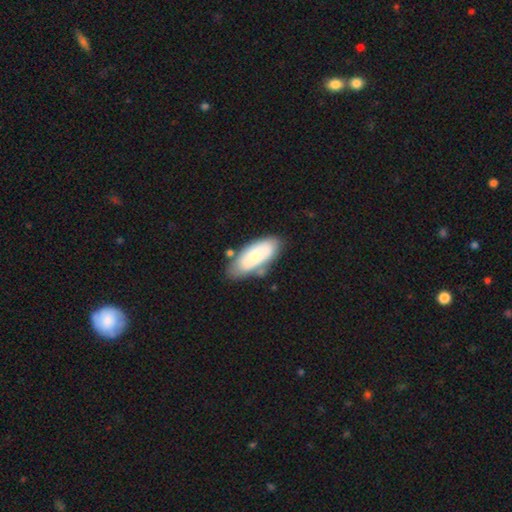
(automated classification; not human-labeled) Smooth or featured? smooth (68%)
How rounded? in between (85%)
Merging? none (64%)